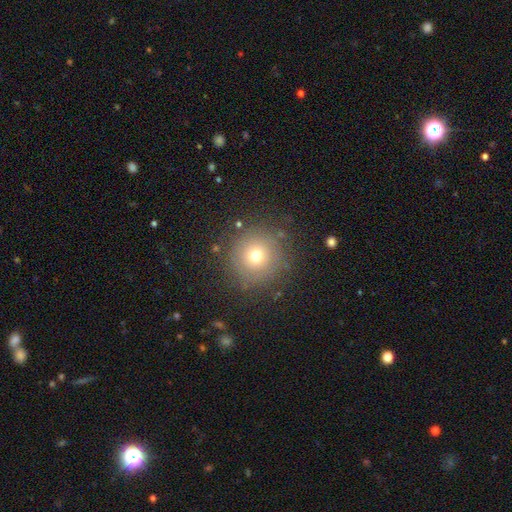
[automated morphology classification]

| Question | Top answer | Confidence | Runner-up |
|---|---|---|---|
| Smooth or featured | smooth | 69% | star or artifact (16%) |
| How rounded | round | 95% | in between (4%) |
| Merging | none | 84% | minor disturbance (10%) |